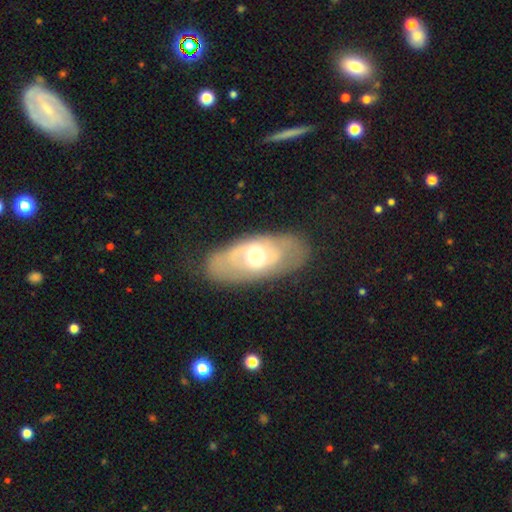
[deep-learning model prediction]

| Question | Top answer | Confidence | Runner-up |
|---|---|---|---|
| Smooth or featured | featured or disk | 55% | smooth (38%) |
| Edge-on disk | no | 84% | yes (16%) |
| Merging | none | 77% | minor disturbance (14%) |